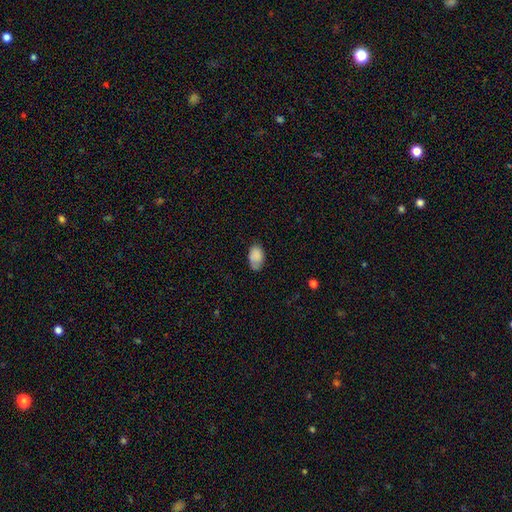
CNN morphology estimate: Smooth or featured: smooth — 84% (featured or disk — 8%)
How rounded: in between — 90% (round — 9%)
Merging: none — 64% (minor disturbance — 27%)